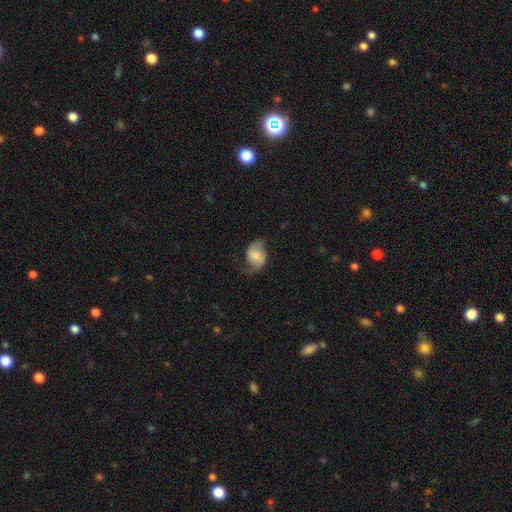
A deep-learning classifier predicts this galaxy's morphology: Smooth or featured? featured or disk (56%)
Edge-on disk? no (97%)
Bar? no (53%)
Spiral arms? yes (90%)
Bulge size? moderate (31%)
Merging? none (58%)